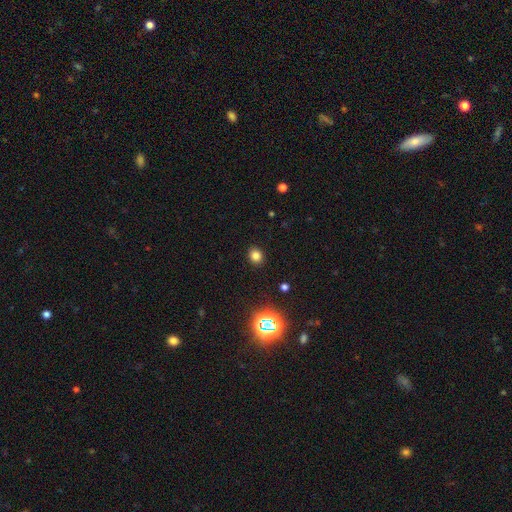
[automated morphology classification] This appears to be a smooth galaxy with no disk features (78%) that is round (68%). Merging: none (90%).